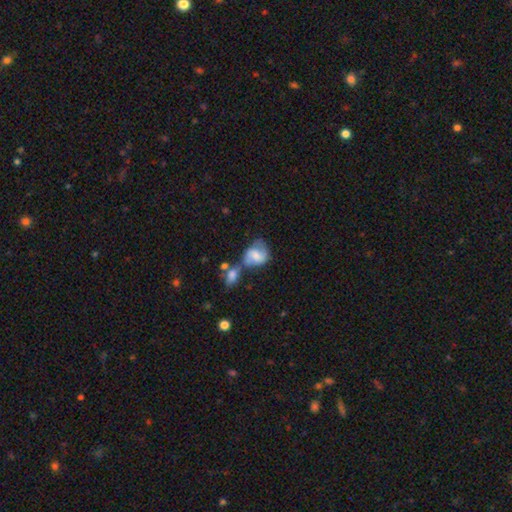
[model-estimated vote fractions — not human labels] Smooth or featured? Predicted: smooth (p=0.51). How rounded? Predicted: in between (p=0.51). Merging? Predicted: none (p=0.33, tied with merger).